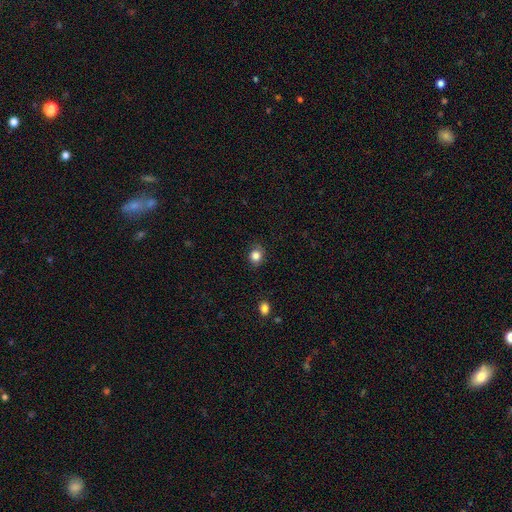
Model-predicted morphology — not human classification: This appears to be a smooth galaxy with no disk features (83%) that is round (67%). Merging: none (81%).